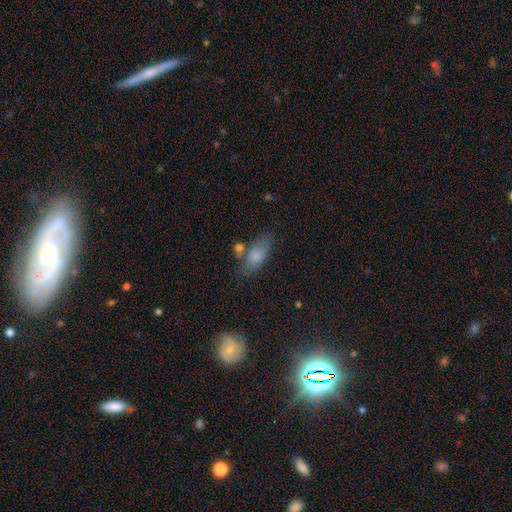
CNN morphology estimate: Smooth or featured: smooth — 75% (featured or disk — 16%)
How rounded: in between — 85% (cigar-shaped — 11%)
Merging: none — 57% (minor disturbance — 21%)